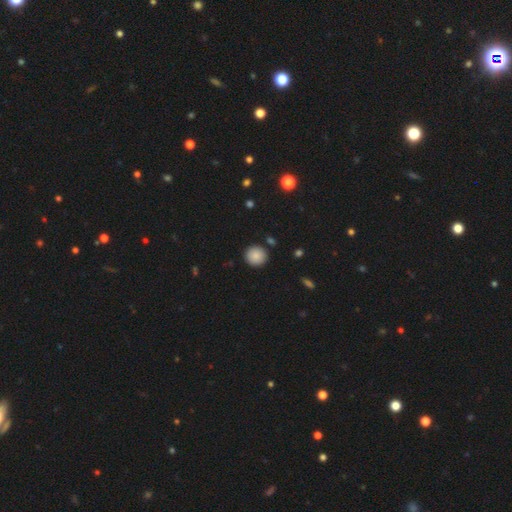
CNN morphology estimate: Overall: smooth (87%). How rounded: round (92%). Merging: none (90%).